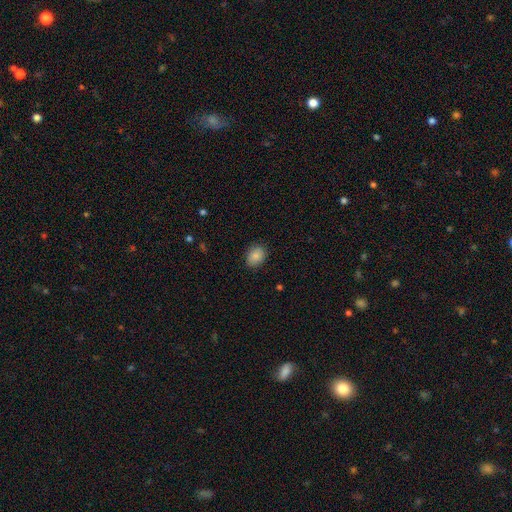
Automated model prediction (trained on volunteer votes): smooth-or-featured: smooth: 87% | star or artifact: 8% | featured or disk: 5%
  how-rounded: in between: 55% | round: 44% | cigar-shaped: 1%
  merging: none: 85% | minor disturbance: 11% | major disturbance: 3% | merger: 1%